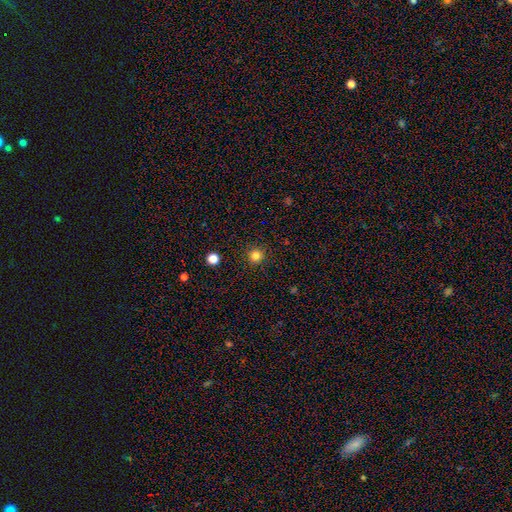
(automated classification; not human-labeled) Morphology: type=smooth (82%); roundness=round (95%); merging=none (92%).